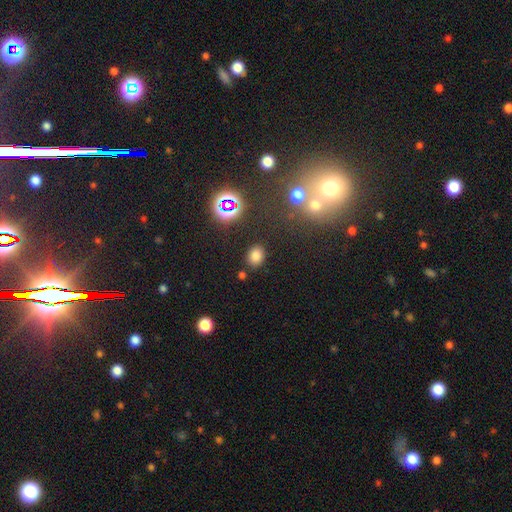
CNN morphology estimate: A smooth galaxy with no disk features (75%) that is in between round and cigar-shaped (54%).

Vote fractions:
- Smooth or featured? smooth: 75% / star or artifact: 18% / featured or disk: 7%
- How rounded? in between: 54% / round: 45% / cigar-shaped: 1%
- Merging? none: 84% / minor disturbance: 9% / merger: 3% / major disturbance: 3%